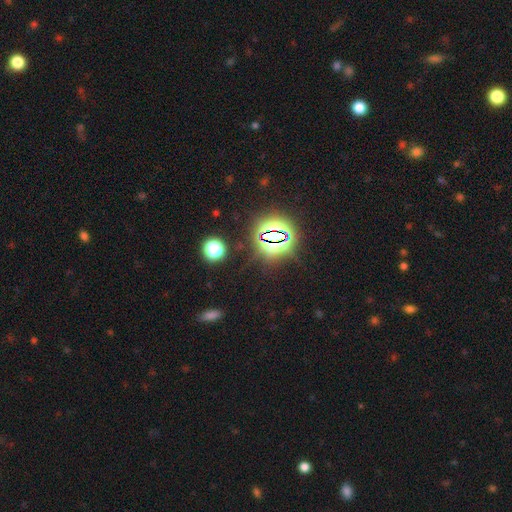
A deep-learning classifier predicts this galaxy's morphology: Overall: star or artifact (81%).